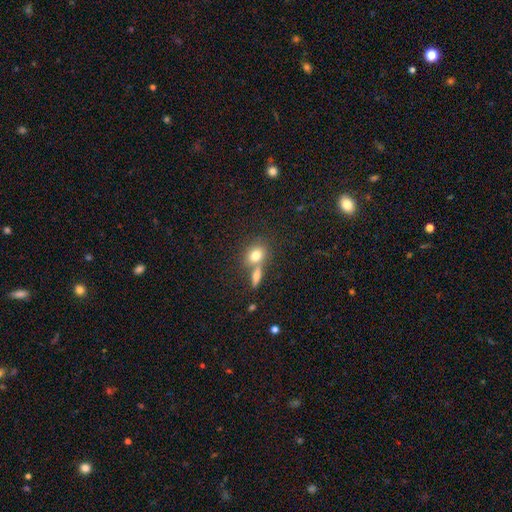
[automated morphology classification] smooth-or-featured: smooth: 78% | featured or disk: 12% | star or artifact: 10%
  how-rounded: round: 49% (tied) | in between: 49% (tied) | cigar-shaped: 3%
  merging: none: 48% | merger: 39% | minor disturbance: 10% | major disturbance: 4%